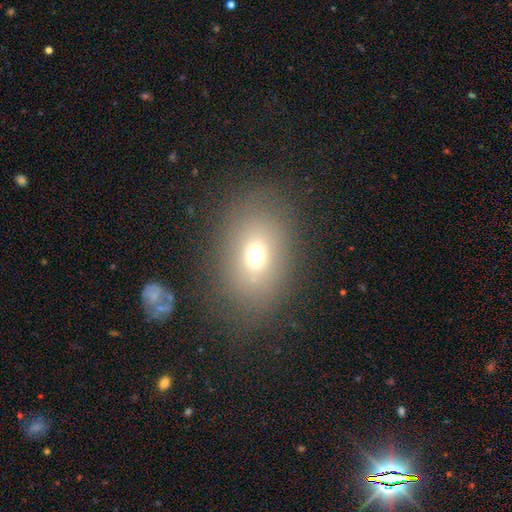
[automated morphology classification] Smooth or featured: smooth — 67% (star or artifact — 17%)
How rounded: in between — 70% (round — 28%)
Merging: none — 75% (minor disturbance — 14%)